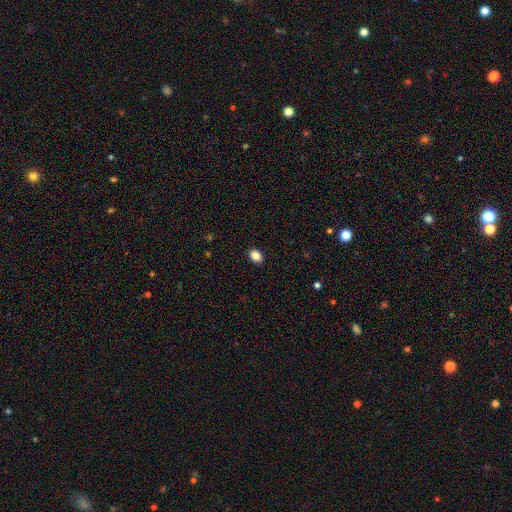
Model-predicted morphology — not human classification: smooth-or-featured: smooth: 87% | star or artifact: 9% | featured or disk: 4%
  how-rounded: in between: 68% | round: 31% | cigar-shaped: 1%
  merging: none: 90% | minor disturbance: 7% | major disturbance: 2% | merger: 1%